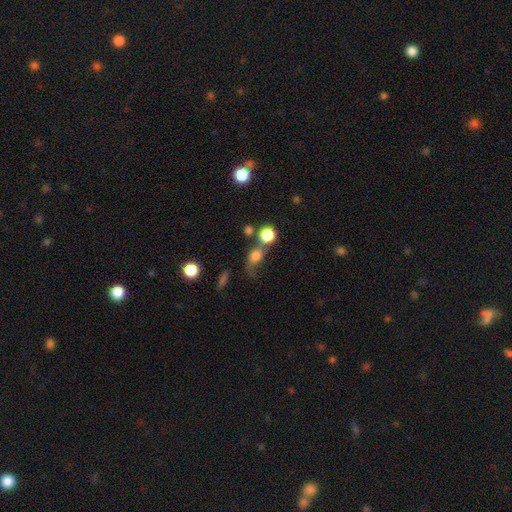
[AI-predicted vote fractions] The model was most divided on "merging": none: 33%, merger: 30%, major disturbance: 19%, minor disturbance: 17%. More confident: smooth or featured — smooth (72%); how rounded — round (51%).